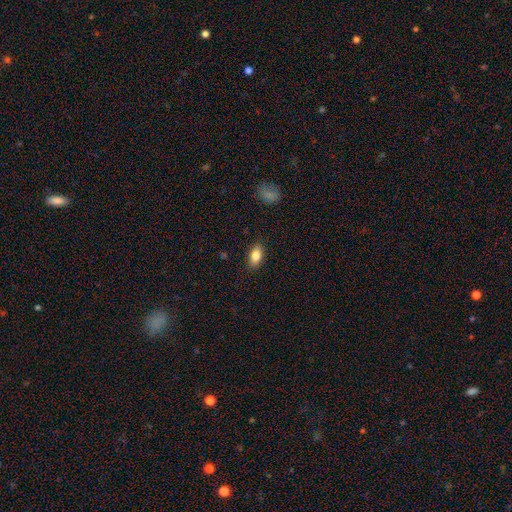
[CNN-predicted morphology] type=smooth (83%); roundness=in between (89%); merging=none (87%).